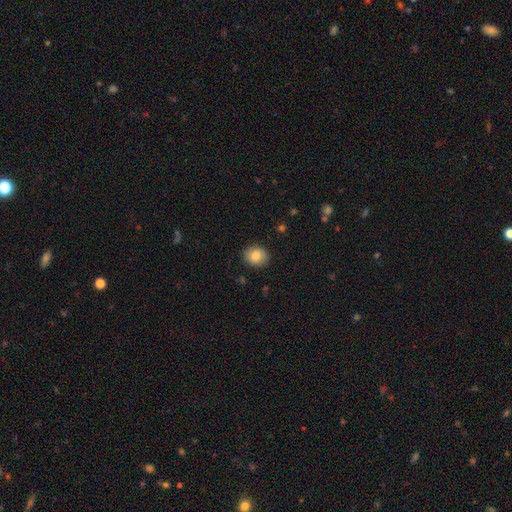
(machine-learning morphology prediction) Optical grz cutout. It shows a smooth galaxy with no disk features (84%) that is round (61%). Merging: none (88%).